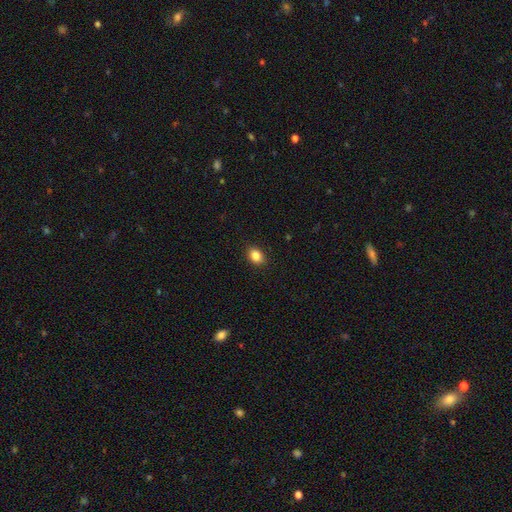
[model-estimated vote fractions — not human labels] Smooth or featured?
  - smooth: 86% *
  - star or artifact: 9%
  - featured or disk: 5%
How rounded?
  - in between: 63% *
  - round: 36%
  - cigar-shaped: 1%
Merging?
  - none: 90% *
  - minor disturbance: 7%
  - major disturbance: 2%
  - merger: 1%